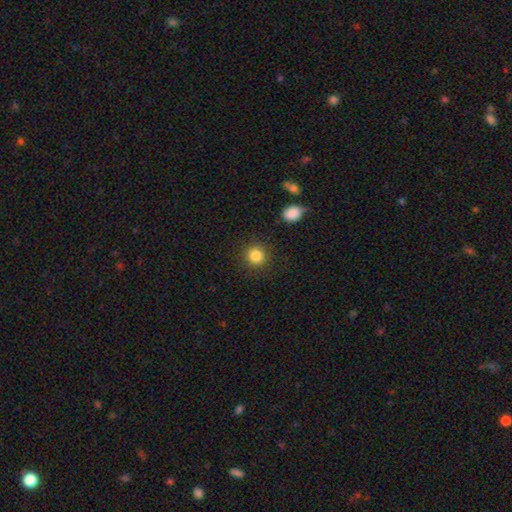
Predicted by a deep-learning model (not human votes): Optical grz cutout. It shows a smooth galaxy with no disk features (85%) that is round (91%). Merging: none (90%).